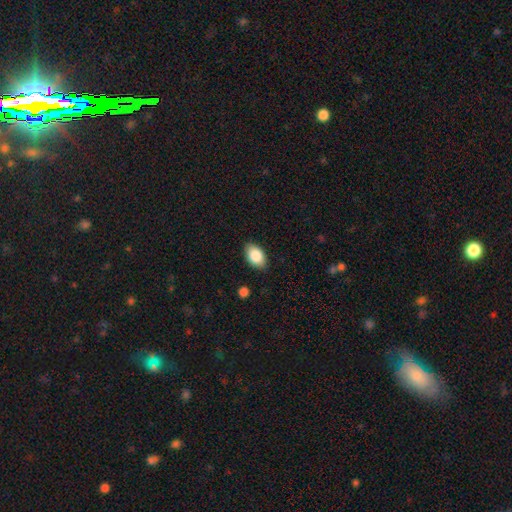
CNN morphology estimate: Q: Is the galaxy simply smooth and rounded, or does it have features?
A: smooth — 87%.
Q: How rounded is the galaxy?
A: in between — 90%.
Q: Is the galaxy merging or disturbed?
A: none — 86%.